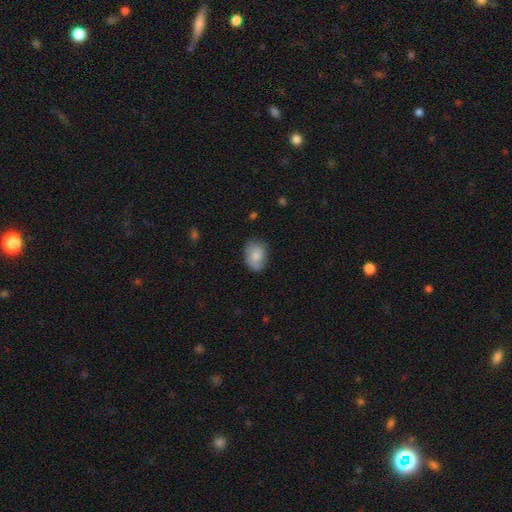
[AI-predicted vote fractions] Smooth or featured? Predicted: smooth (p=0.77). How rounded? Predicted: in between (p=0.72). Merging? Predicted: none (p=0.70).